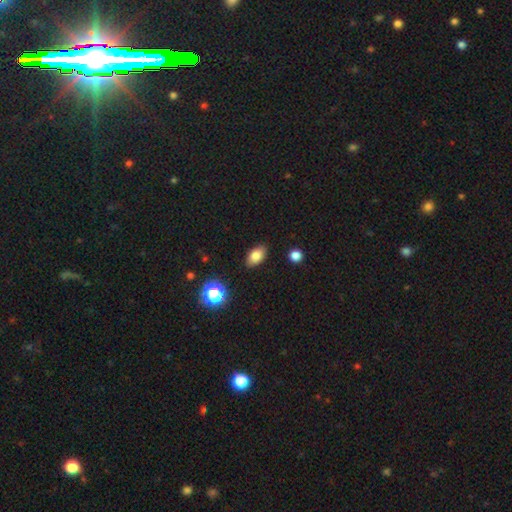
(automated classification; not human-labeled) A smooth galaxy with no disk features (81%) that is in between round and cigar-shaped (89%). Merging: none (87%).